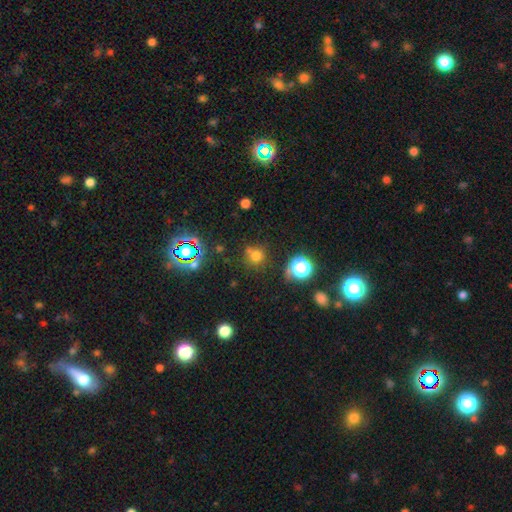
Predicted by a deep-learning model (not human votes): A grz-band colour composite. It shows a smooth galaxy with no disk features (66%) that is round (89%). Merging: none (69%).